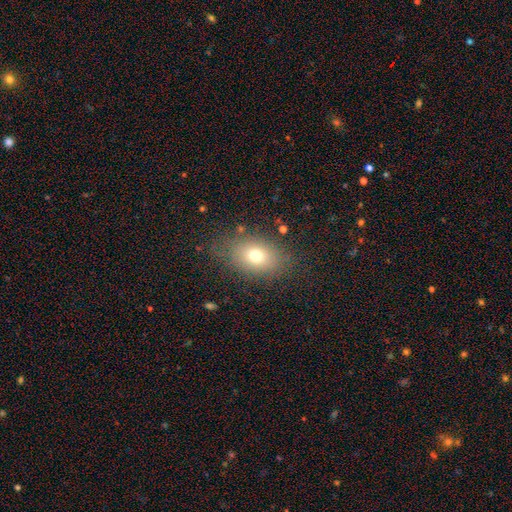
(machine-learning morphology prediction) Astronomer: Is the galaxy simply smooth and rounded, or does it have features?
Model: smooth — 72%.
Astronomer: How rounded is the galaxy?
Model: in between — 74%.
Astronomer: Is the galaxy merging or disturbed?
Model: none — 79%.